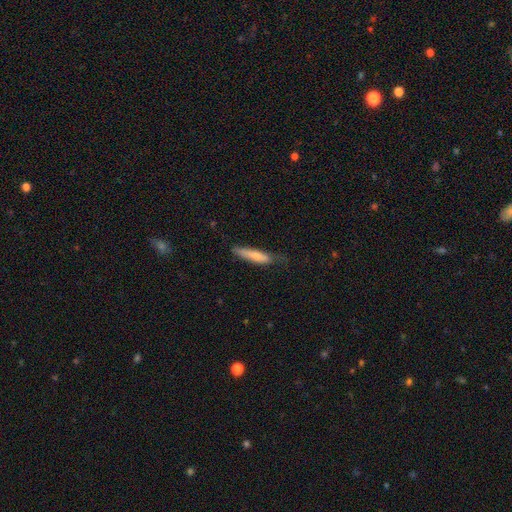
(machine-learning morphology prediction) A smooth galaxy with no disk features (75%) that is cigar-shaped (84%).

Vote fractions:
- Smooth or featured? smooth: 75% / featured or disk: 19% / star or artifact: 5%
- How rounded? cigar-shaped: 84% / in between: 15% / round: 1%
- Merging? none: 62% / minor disturbance: 30% / major disturbance: 7% / merger: 2%